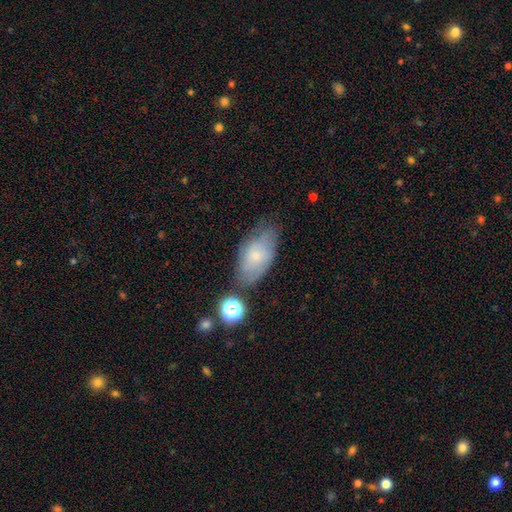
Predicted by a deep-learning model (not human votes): smooth-or-featured: smooth: 45% (tied) | featured or disk: 45% (tied) | star or artifact: 11%
  merging: none: 63% | minor disturbance: 24% | major disturbance: 8% | merger: 5%